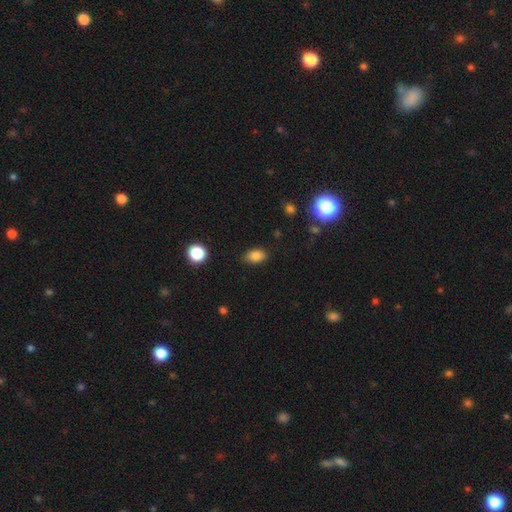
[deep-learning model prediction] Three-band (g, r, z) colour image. It shows a smooth galaxy with no disk features (82%) that is in between round and cigar-shaped (85%). Merging: none (85%).